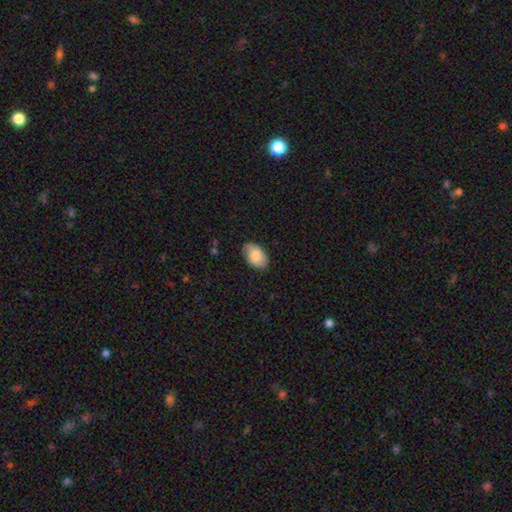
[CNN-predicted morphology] type=smooth (84%); roundness=in between (93%); merging=none (80%).